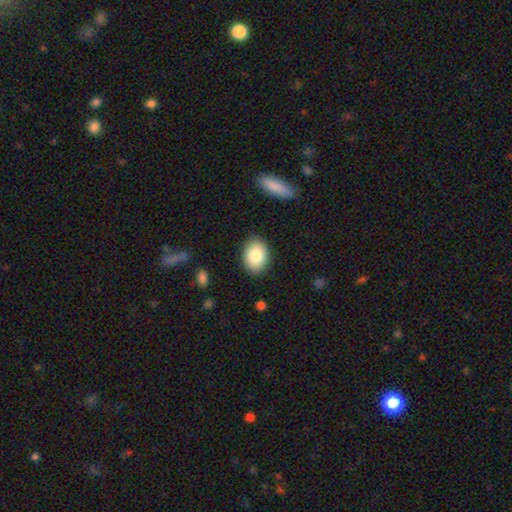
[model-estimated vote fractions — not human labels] Smooth or featured?
  - smooth: 83% *
  - featured or disk: 10%
  - star or artifact: 7%
How rounded?
  - in between: 76% *
  - round: 23%
  - cigar-shaped: 1%
Merging?
  - none: 87% *
  - minor disturbance: 9%
  - major disturbance: 2%
  - merger: 1%